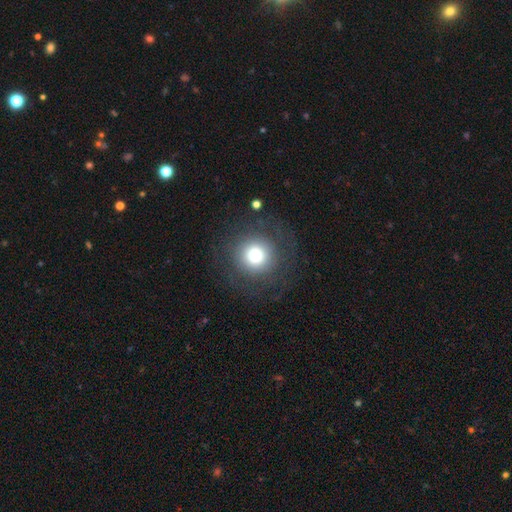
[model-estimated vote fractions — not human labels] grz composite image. It shows a smooth galaxy with no disk features (68%) that is round (95%). Merging: none (82%).